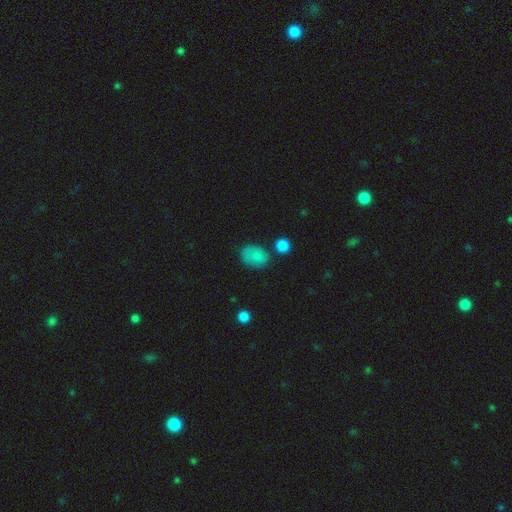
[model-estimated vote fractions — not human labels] Smooth or featured: smooth — 81% (star or artifact — 10%)
How rounded: in between — 63% (round — 36%)
Merging: none — 59% (minor disturbance — 25%)